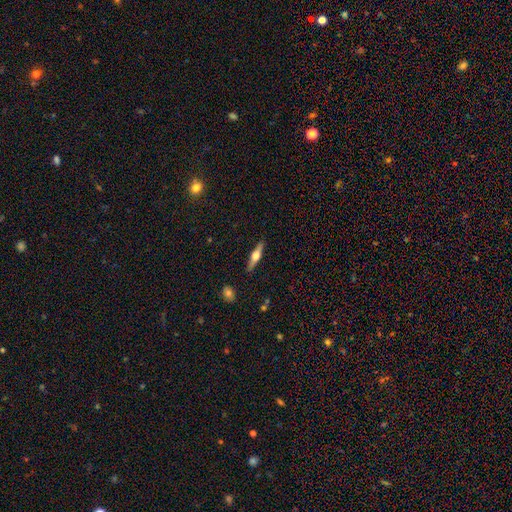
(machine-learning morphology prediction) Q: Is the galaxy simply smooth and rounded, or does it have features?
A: featured or disk — 63%.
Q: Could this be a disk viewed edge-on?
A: yes — 96%.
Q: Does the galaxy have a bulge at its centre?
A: rounded — 94%.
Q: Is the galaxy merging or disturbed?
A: none — 90%.